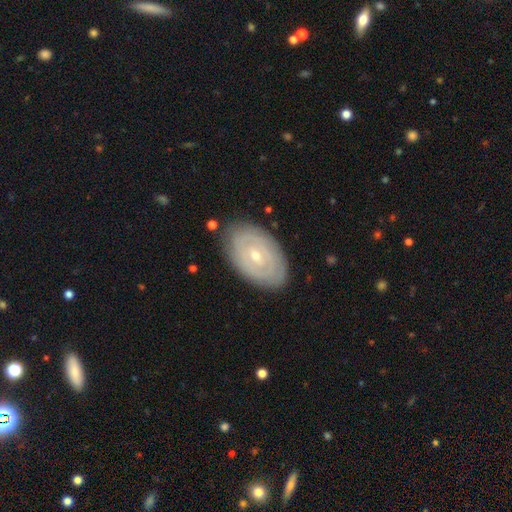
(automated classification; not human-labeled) Smooth or featured? featured or disk (74%)
Edge-on disk? no (94%)
Bar? no (66%)
Spiral arms? yes (72%)
Spiral winding? tight (82%)
Spiral arm count? can't tell (52%)
Bulge size? small (62%)
Merging? none (84%)